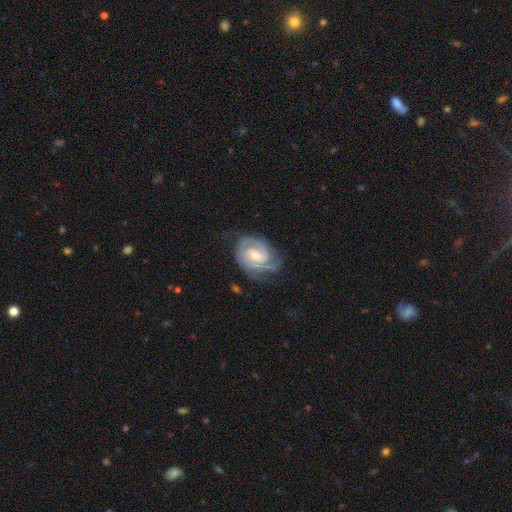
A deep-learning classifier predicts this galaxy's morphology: Smooth or featured? Predicted: featured or disk (p=0.84). Edge-on disk? Predicted: no (p=0.98). Bar? Predicted: weak (p=0.48). Spiral arms? Predicted: yes (p=0.96). Spiral winding? Predicted: tight (p=0.56). Spiral arm count? Predicted: 2 (p=0.62). Bulge size? Predicted: small (p=0.49). Merging? Predicted: none (p=0.63).